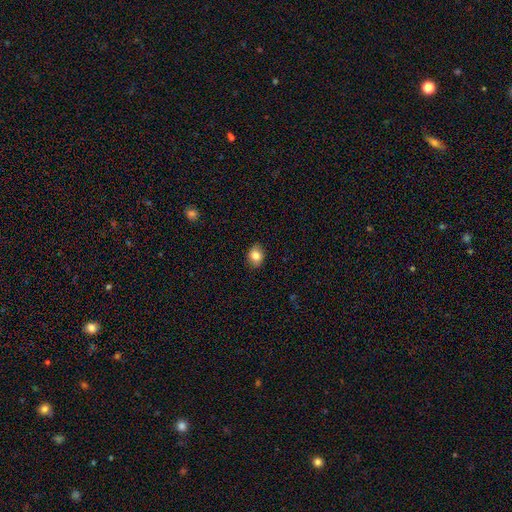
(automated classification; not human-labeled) Smooth or featured: smooth — 83% (star or artifact — 9%)
How rounded: in between — 55% (round — 44%)
Merging: none — 88% (minor disturbance — 9%)